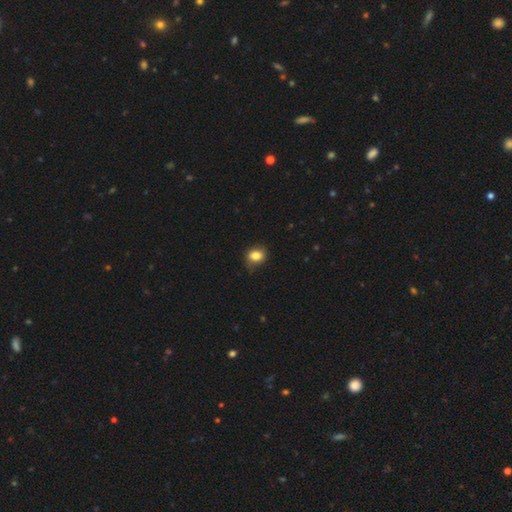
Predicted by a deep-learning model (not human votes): Smooth or featured? Predicted: smooth (p=0.82). How rounded? Predicted: round (p=0.51). Merging? Predicted: none (p=0.70).